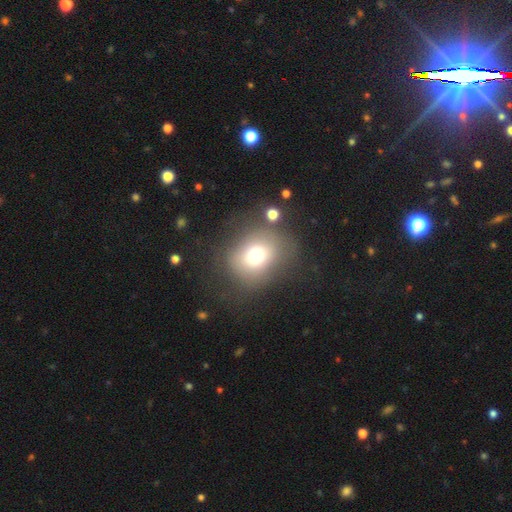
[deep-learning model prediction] The model was most divided on "how rounded": round: 64%, in between: 35%, cigar-shaped: 1%. More confident: smooth or featured — smooth (71%); merging — none (65%).